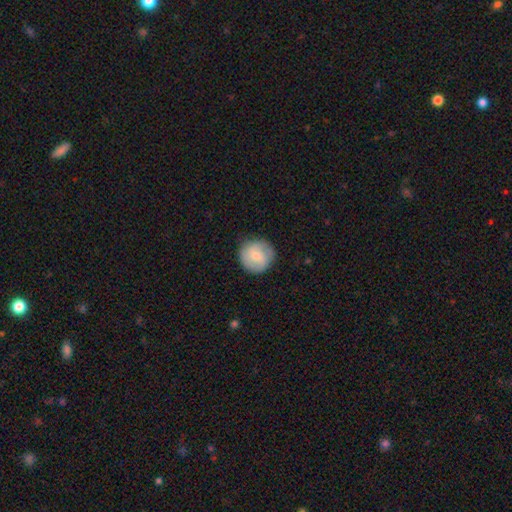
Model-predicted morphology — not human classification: A smooth galaxy with no disk features (64%) that is round (94%).

Vote fractions:
- Smooth or featured? smooth: 64% / featured or disk: 30% / star or artifact: 6%
- How rounded? round: 94% / in between: 5% / cigar-shaped: 1%
- Merging? none: 84% / minor disturbance: 11% / major disturbance: 3% / merger: 1%